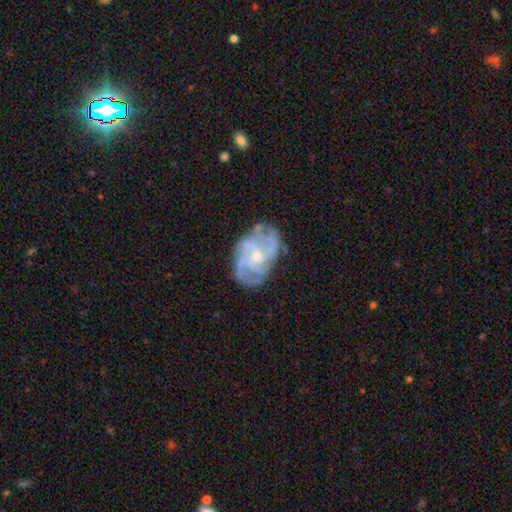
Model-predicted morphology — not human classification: Smooth or featured?
  - featured or disk: 84% *
  - smooth: 9%
  - star or artifact: 7%
Edge-on disk?
  - no: 97% *
  - yes: 3%
Bar?
  - no: 66% *
  - weak: 29%
  - strong: 5%
Spiral arms?
  - yes: 94% *
  - no: 6%
Spiral winding?
  - tight: 52% *
  - medium: 37%
  - loose: 11%
Spiral arm count?
  - can't tell: 29% *
  - 4: 25%
  - 3: 19%
  - 2: 12%
  - more than 4: 9%
  - 1: 6%
Bulge size?
  - small: 59% *
  - moderate: 35%
  - none: 3%
  - large: 2%
  - dominant: 1%
Merging?
  - none: 74% *
  - minor disturbance: 18%
  - major disturbance: 7%
  - merger: 2%